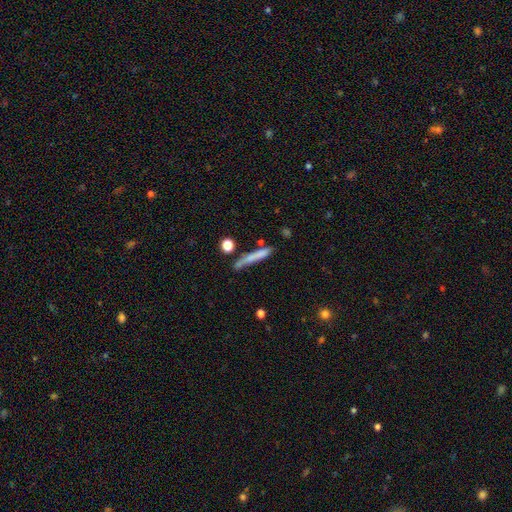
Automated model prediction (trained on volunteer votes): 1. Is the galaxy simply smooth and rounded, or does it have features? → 66% smooth, 26% featured or disk, 8% star or artifact.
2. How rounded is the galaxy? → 93% cigar-shaped, 5% in between, 2% round.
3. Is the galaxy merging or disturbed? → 66% none, 21% minor disturbance, 7% merger, 6% major disturbance.